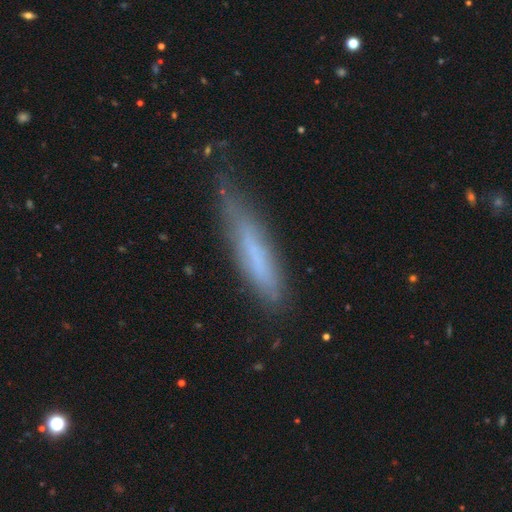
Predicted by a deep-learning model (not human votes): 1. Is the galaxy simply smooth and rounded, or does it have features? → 58% smooth, 33% featured or disk, 9% star or artifact.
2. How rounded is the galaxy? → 86% cigar-shaped, 12% in between, 1% round.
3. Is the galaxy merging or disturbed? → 58% none, 30% minor disturbance, 9% major disturbance, 2% merger.